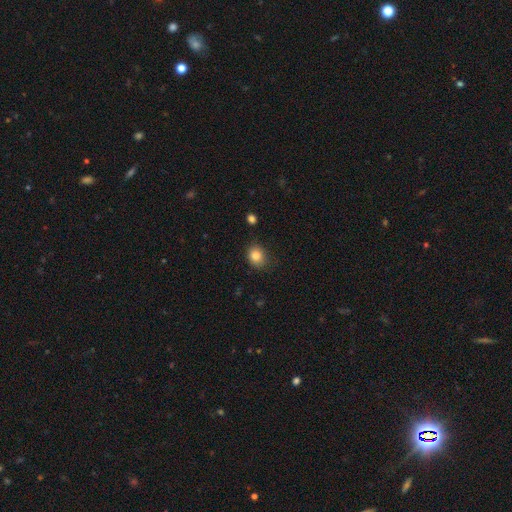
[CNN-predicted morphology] smooth_or_featured: smooth (p=0.84) [alt: star or artifact p=0.10]
how_rounded: round (p=0.64) [alt: in between p=0.35]
merging: none (p=0.80) [alt: minor disturbance p=0.15]